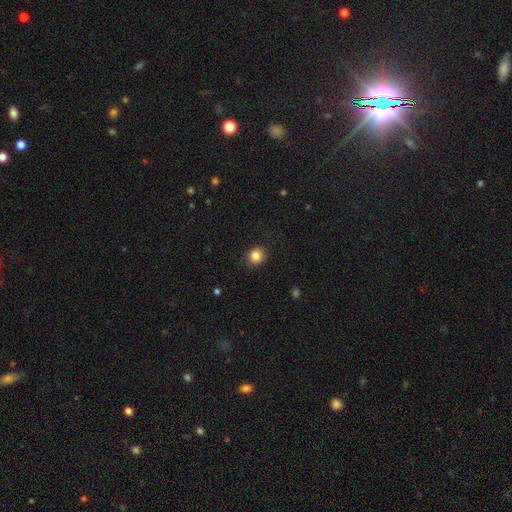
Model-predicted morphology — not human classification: A smooth galaxy with no disk features (85%) that is round (86%).

Vote fractions:
- Smooth or featured? smooth: 85% / star or artifact: 10% / featured or disk: 4%
- How rounded? round: 86% / in between: 13% / cigar-shaped: 1%
- Merging? none: 89% / minor disturbance: 8% / major disturbance: 2% / merger: 1%